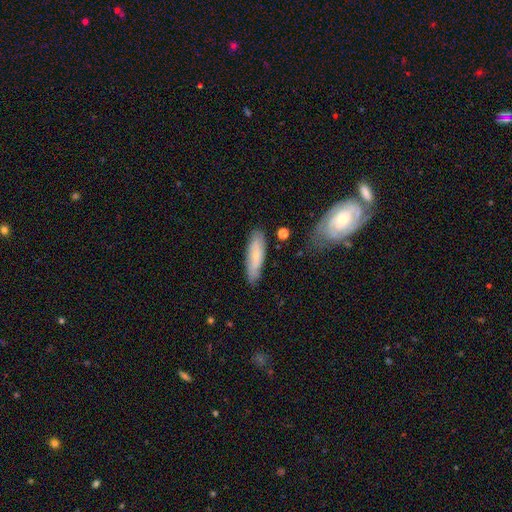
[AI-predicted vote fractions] smooth 55%, featured or disk 38%, star or artifact 7%. Down the decision tree: how rounded — cigar-shaped (52%); merging — none (77%).